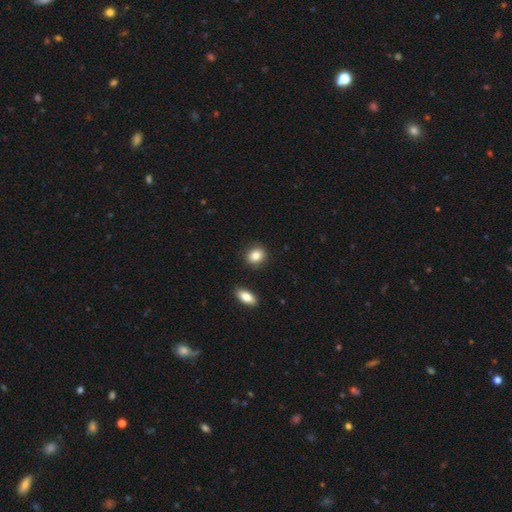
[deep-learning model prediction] The model was most divided on "how rounded": round: 66%, in between: 33%, cigar-shaped: 2%. More confident: merging — none (87%); smooth or featured — smooth (84%).